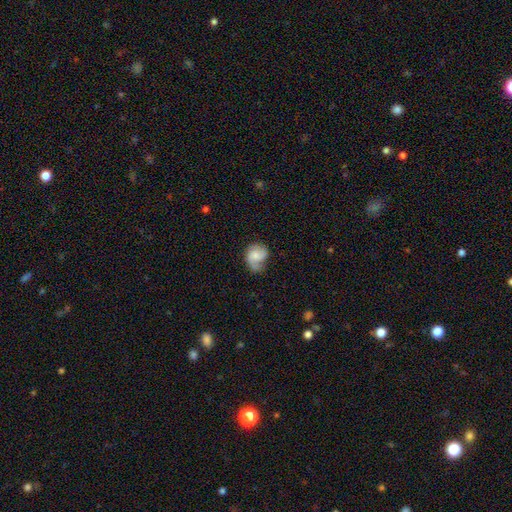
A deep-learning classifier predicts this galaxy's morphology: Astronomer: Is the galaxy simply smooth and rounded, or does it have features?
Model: featured or disk — 49% (runner-up: smooth, 43%).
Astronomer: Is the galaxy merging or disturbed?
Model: none — 47% (runner-up: minor disturbance, 32%).